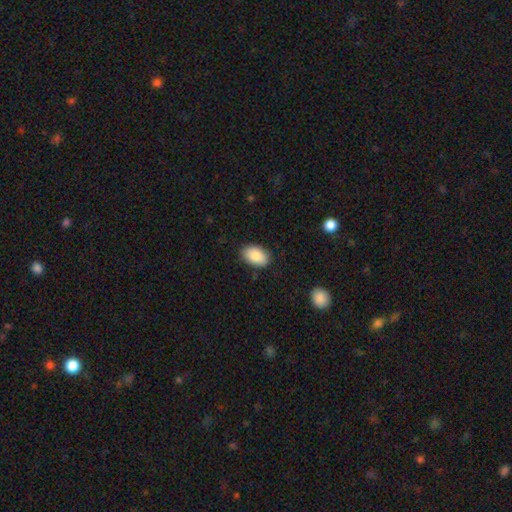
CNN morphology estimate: Smooth or featured? Predicted: smooth (p=0.86). How rounded? Predicted: in between (p=0.91). Merging? Predicted: none (p=0.85).